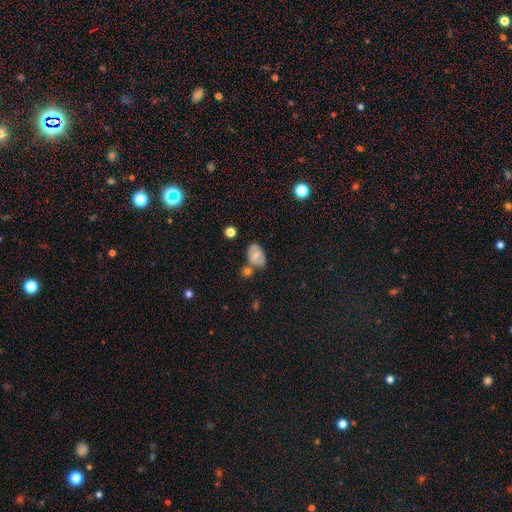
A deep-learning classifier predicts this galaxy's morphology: A smooth galaxy with no disk features (63%) that is in between round and cigar-shaped (84%).

Vote fractions:
- Smooth or featured? smooth: 63% / featured or disk: 28% / star or artifact: 9%
- How rounded? in between: 84% / round: 15% / cigar-shaped: 2%
- Merging? none: 54% / minor disturbance: 22% / merger: 17% / major disturbance: 6%